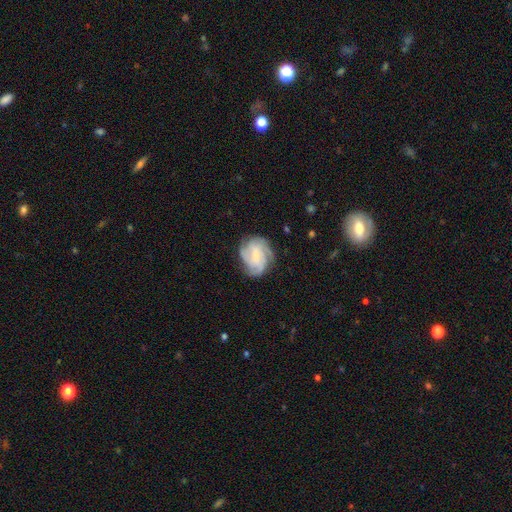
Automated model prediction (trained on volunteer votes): Smooth or featured? Predicted: featured or disk (p=0.79). Edge-on disk? Predicted: no (p=0.98). Bar? Predicted: no (p=0.45). Spiral arms? Predicted: yes (p=0.96). Spiral winding? Predicted: tight (p=0.55). Spiral arm count? Predicted: 3 (p=0.35). Bulge size? Predicted: small (p=0.62). Merging? Predicted: none (p=0.72).